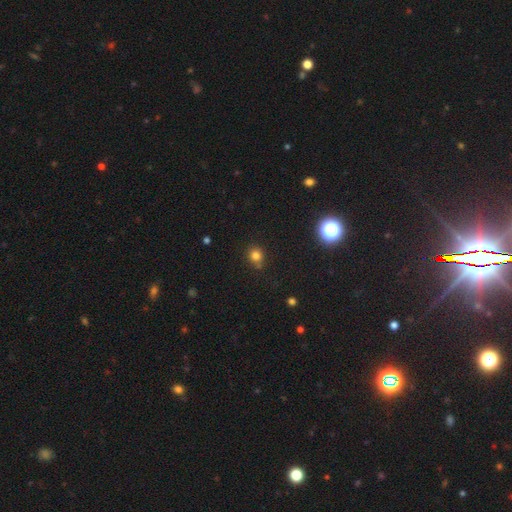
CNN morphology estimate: Smooth or featured? smooth (78%)
How rounded? round (80%)
Merging? none (74%)